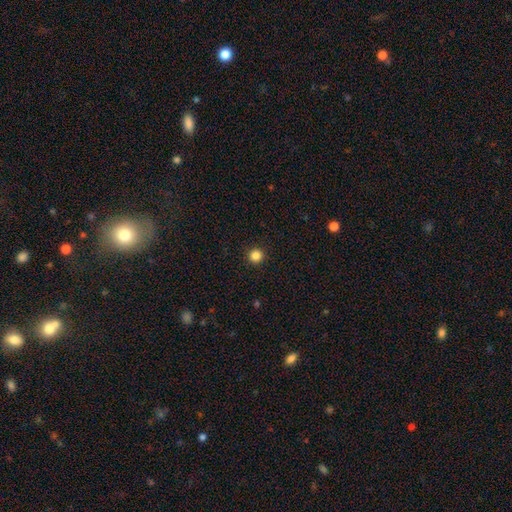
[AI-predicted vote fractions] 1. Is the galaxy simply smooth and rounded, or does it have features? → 85% smooth, 12% star or artifact, 3% featured or disk.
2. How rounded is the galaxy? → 96% round, 3% in between, 1% cigar-shaped.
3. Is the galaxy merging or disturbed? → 94% none, 4% minor disturbance, 2% major disturbance, 1% merger.